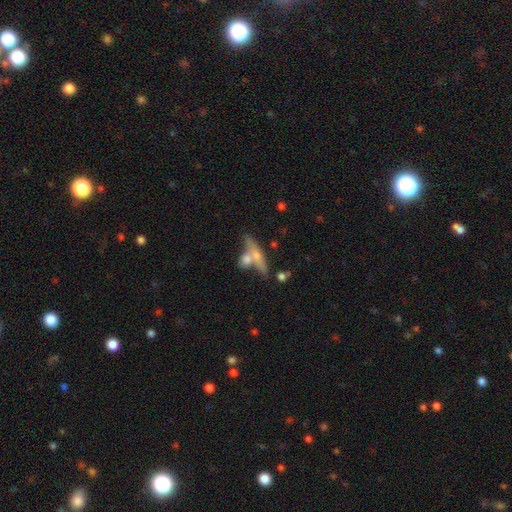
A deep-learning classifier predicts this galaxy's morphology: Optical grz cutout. It shows a smooth galaxy with no disk features (46%, tied with featured or disk). Merging: none (52%).